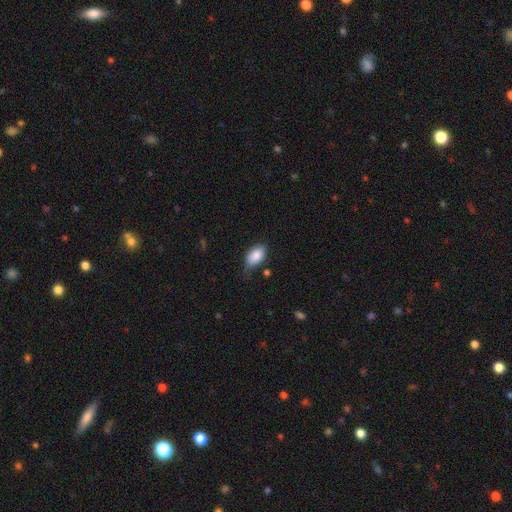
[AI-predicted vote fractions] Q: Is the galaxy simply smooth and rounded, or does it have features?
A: smooth — 87%.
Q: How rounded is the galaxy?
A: in between — 93%.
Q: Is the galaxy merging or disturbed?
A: none — 62%.